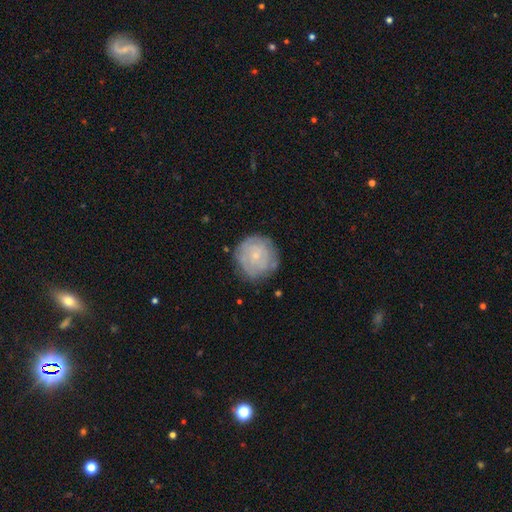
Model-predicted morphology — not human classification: Smooth or featured? featured or disk (49%)
Merging? none (76%)